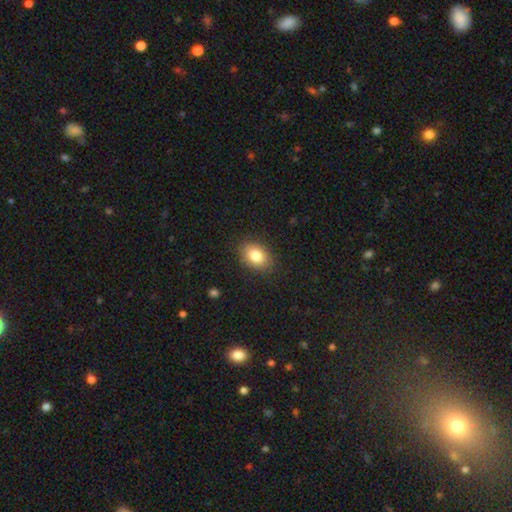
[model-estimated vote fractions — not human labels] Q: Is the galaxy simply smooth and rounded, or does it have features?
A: smooth — 82%.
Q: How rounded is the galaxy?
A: in between — 80%.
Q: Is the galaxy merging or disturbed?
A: none — 87%.